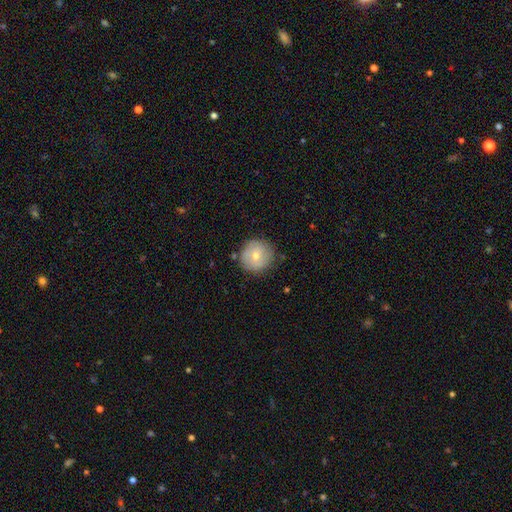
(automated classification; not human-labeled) A smooth galaxy with no disk features (65%) that is round (93%). Merging: none (82%).